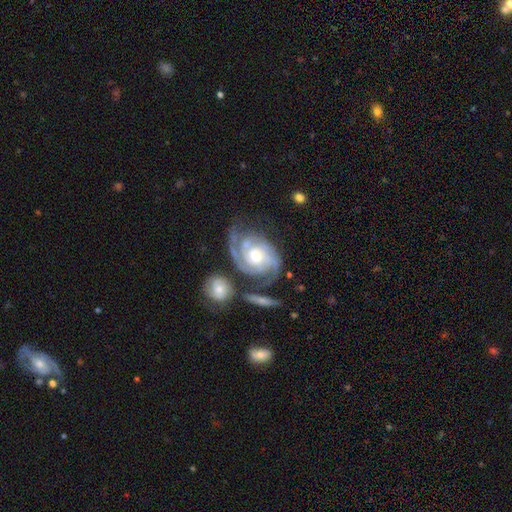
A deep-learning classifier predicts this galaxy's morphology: Smooth or featured?
  - featured or disk: 91% *
  - smooth: 5%
  - star or artifact: 4%
Edge-on disk?
  - no: 97% *
  - yes: 3%
Bar?
  - no: 65% *
  - weak: 27%
  - strong: 8%
Spiral arms?
  - yes: 98% *
  - no: 2%
Spiral winding?
  - tight: 63% *
  - medium: 31%
  - loose: 6%
Spiral arm count?
  - 2: 47% *
  - 3: 27%
  - can't tell: 13%
  - 4: 5%
  - 1: 4%
  - more than 4: 4%
Bulge size?
  - moderate: 68% *
  - small: 19%
  - large: 10%
  - none: 2%
  - dominant: 1%
Merging?
  - none: 59% *
  - minor disturbance: 20%
  - major disturbance: 11%
  - merger: 10%